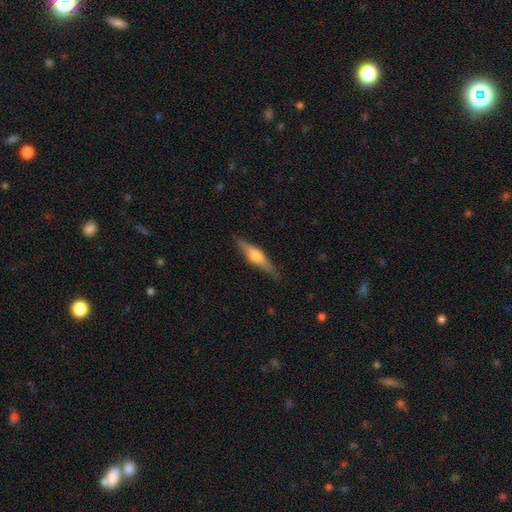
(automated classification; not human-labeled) Smooth or featured? featured or disk (59%)
Edge-on disk? yes (96%)
Edge-on bulge? rounded (86%)
Merging? none (87%)